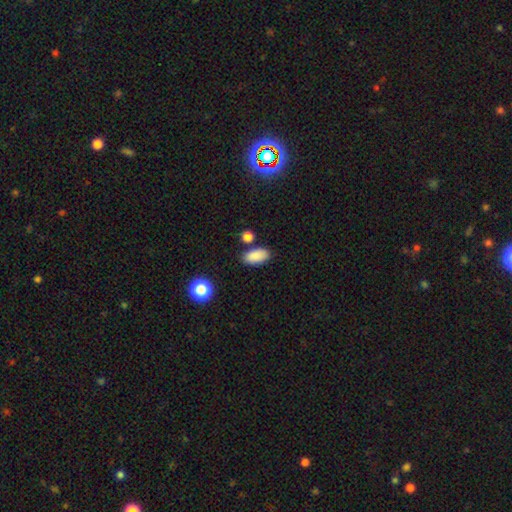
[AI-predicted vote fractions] smooth_or_featured: smooth (p=0.88) [alt: star or artifact p=0.08]
how_rounded: in between (p=0.92) [alt: round p=0.04]
merging: none (p=0.80) [alt: minor disturbance p=0.11]